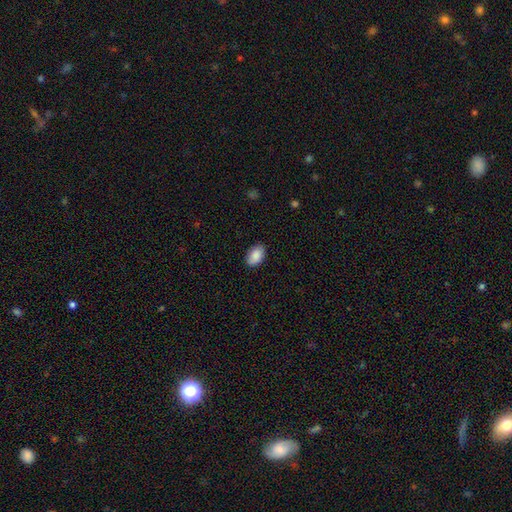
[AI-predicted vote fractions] Smooth or featured? Predicted: smooth (p=0.88). How rounded? Predicted: in between (p=0.90). Merging? Predicted: none (p=0.85).